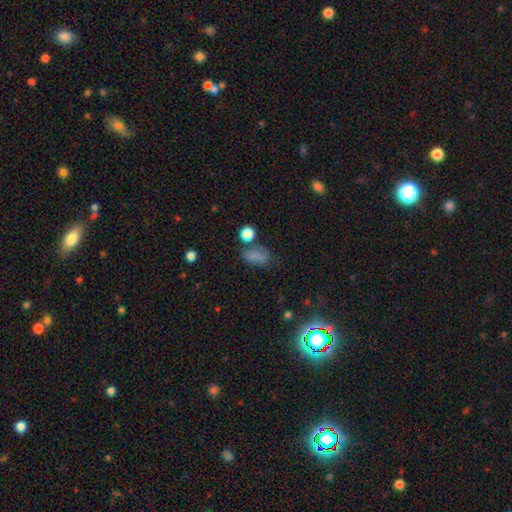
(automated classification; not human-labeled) Q: Smooth or featured?
A: smooth (77%); runner-up: star or artifact (15%)
Q: How rounded?
A: in between (81%); runner-up: round (15%)
Q: Merging?
A: none (54%); runner-up: minor disturbance (24%)